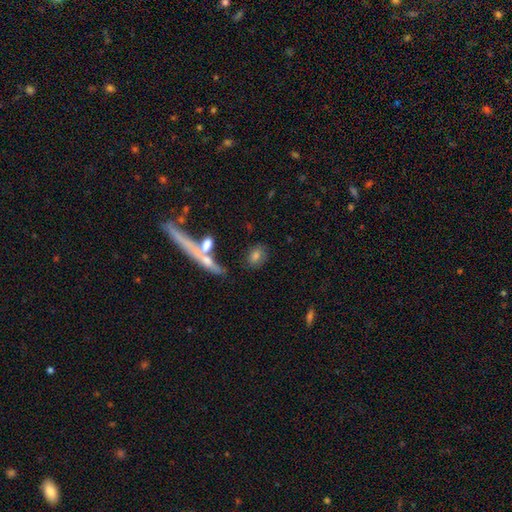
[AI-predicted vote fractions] Smooth or featured? Predicted: smooth (p=0.70). How rounded? Predicted: in between (p=0.58). Merging? Predicted: none (p=0.69).